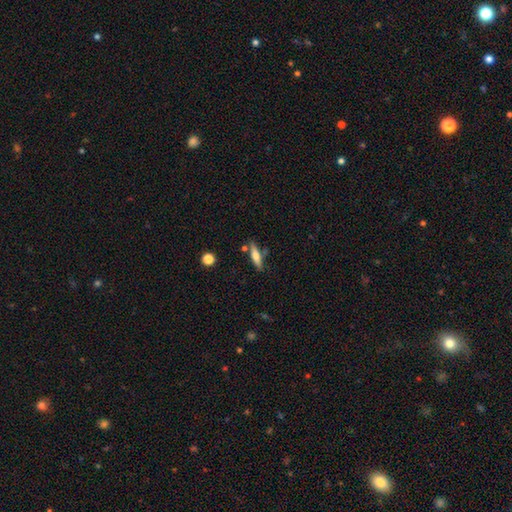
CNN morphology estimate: Smooth or featured? Predicted: smooth (p=0.54). How rounded? Predicted: cigar-shaped (p=0.73). Merging? Predicted: none (p=0.76).